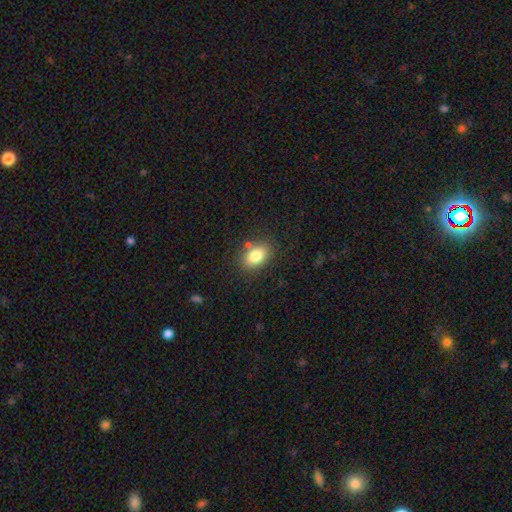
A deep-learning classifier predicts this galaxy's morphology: Smooth or featured: smooth — 81% (featured or disk — 10%)
How rounded: in between — 82% (round — 17%)
Merging: none — 80% (minor disturbance — 12%)